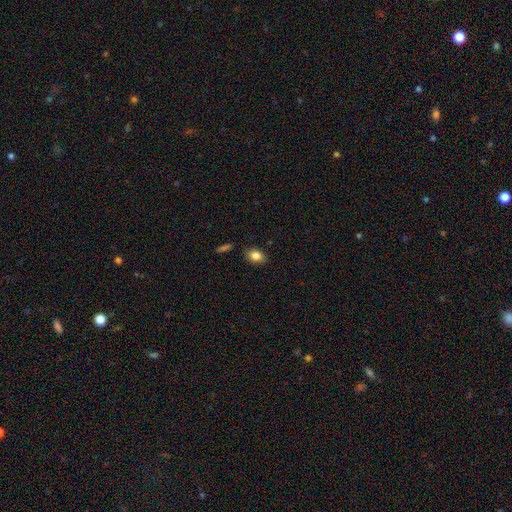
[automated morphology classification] This is clearly a smooth galaxy (84%). How rounded: likely in between (76%). Merging: clearly none (85%).